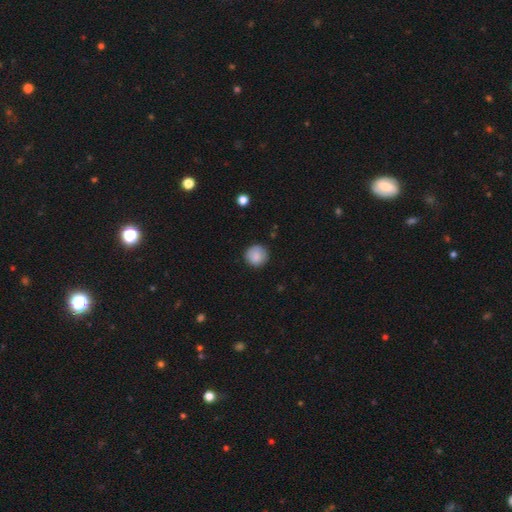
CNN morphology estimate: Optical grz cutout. It shows a smooth galaxy with no disk features (86%) that is round (93%). Merging: none (85%).